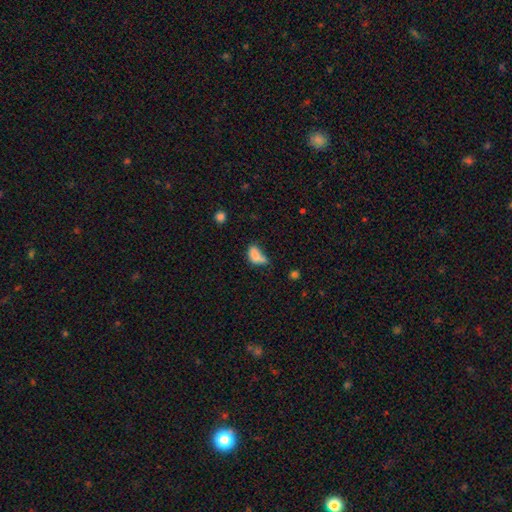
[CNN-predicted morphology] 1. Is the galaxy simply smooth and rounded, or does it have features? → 76% smooth, 13% featured or disk, 11% star or artifact.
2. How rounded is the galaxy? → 87% in between, 7% round, 6% cigar-shaped.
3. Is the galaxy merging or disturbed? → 32% minor disturbance, 27% major disturbance, 27% none, 14% merger.